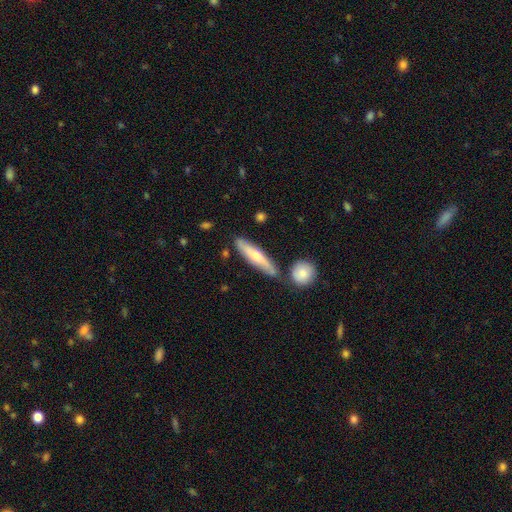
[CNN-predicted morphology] Smooth or featured? smooth (56%)
How rounded? cigar-shaped (79%)
Merging? none (74%)